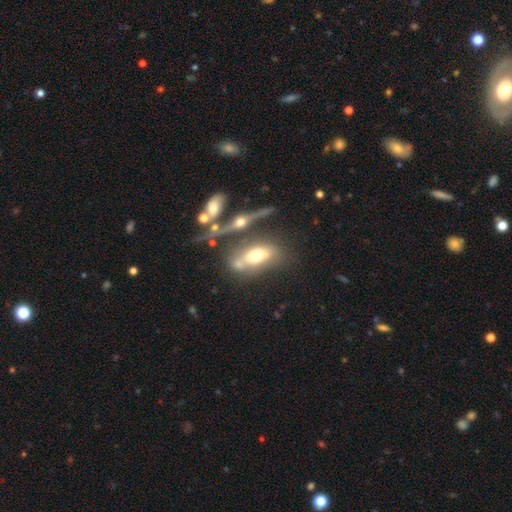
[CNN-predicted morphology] This is possibly a smooth galaxy (50%). Merging: possibly none (46%).